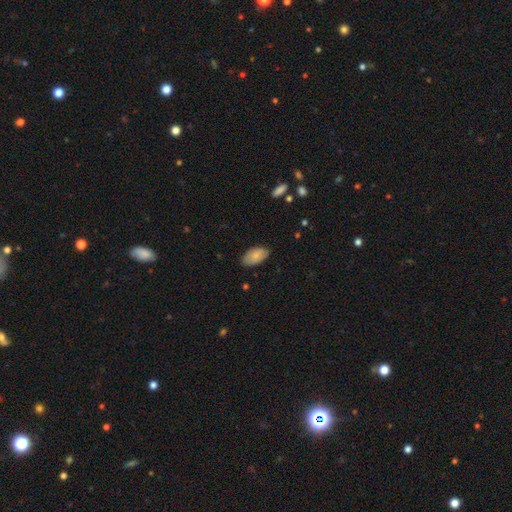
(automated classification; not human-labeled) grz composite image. It shows a smooth galaxy with no disk features (80%) that is in between round and cigar-shaped (95%). Merging: none (81%).